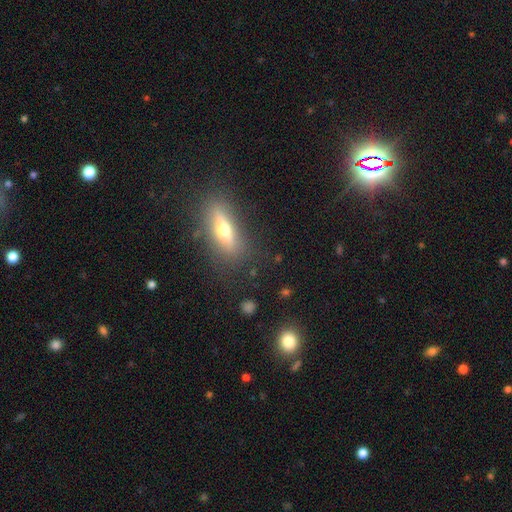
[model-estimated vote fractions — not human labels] smooth_or_featured: smooth (p=0.48) [alt: star or artifact p=0.27]
merging: none (p=0.80) [alt: minor disturbance p=0.12]